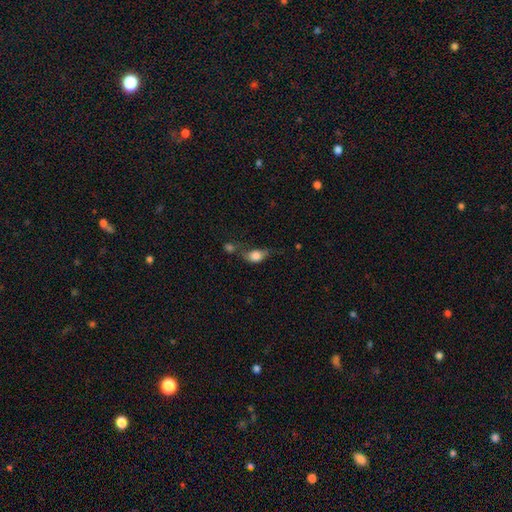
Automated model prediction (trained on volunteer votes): smooth-or-featured: smooth: 75% | featured or disk: 15% | star or artifact: 9%
  how-rounded: in between: 67% | round: 28% | cigar-shaped: 4%
  merging: none: 28% | merger: 27% | minor disturbance: 25% | major disturbance: 21%